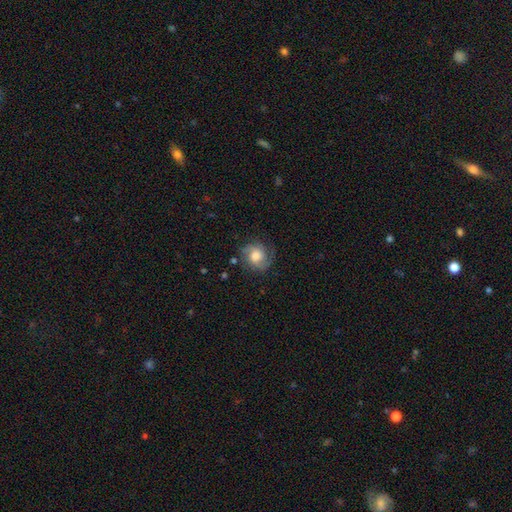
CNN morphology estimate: smooth-or-featured: featured or disk: 65% | smooth: 27% | star or artifact: 8%
  disk-edge-on: no: 98% | yes: 2%
    bar: no: 64% | weak: 31% | strong: 5%
    has-spiral-arms: yes: 93% | no: 7%
      spiral-winding: medium: 47% | tight: 34% | loose: 20%
      spiral-arm-count: 2: 77% | can't tell: 8% | 3: 6% | 1: 5% | 4: 2% | more than 4: 2%
    bulge-size: large: 41% | moderate: 38% | small: 10% | none: 6% | dominant: 5%
  merging: none: 73% | minor disturbance: 17% | major disturbance: 8% | merger: 2%